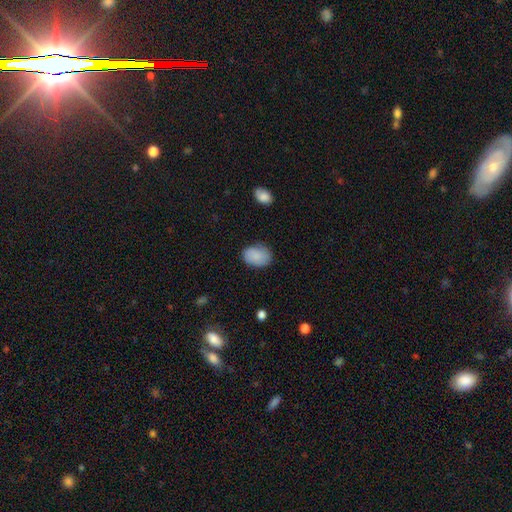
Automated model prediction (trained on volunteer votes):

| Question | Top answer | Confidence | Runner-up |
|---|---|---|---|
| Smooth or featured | smooth | 87% | star or artifact (7%) |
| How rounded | in between | 80% | round (19%) |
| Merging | none | 76% | minor disturbance (18%) |